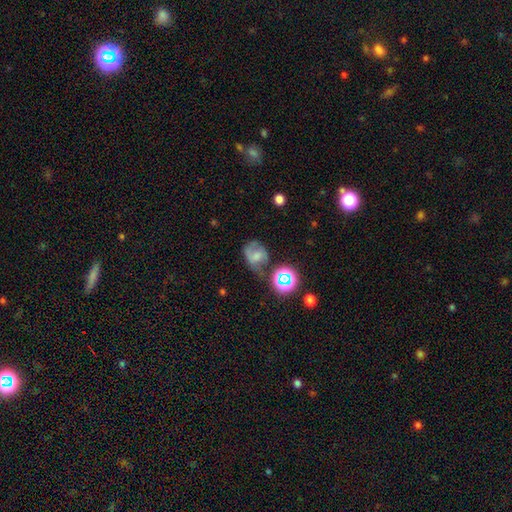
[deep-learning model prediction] Smooth or featured? smooth (50%)
How rounded? round (54%)
Merging? none (41%)